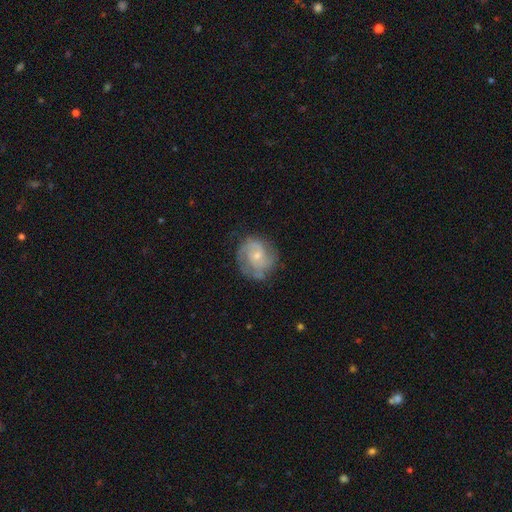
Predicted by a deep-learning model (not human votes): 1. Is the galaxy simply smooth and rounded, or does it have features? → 74% featured or disk, 19% smooth, 7% star or artifact.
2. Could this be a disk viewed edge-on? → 98% no, 2% yes.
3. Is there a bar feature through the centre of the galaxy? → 69% no, 27% weak, 4% strong.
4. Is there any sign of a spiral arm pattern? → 90% yes, 10% no.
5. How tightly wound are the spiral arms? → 47% tight, 40% medium, 13% loose.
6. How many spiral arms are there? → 54% 2, 22% can't tell, 14% 3, 4% 1, 3% 4, 3% more than 4.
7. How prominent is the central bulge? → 65% small, 30% moderate, 2% none, 1% large, 1% dominant.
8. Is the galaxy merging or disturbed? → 71% none, 20% minor disturbance, 8% major disturbance, 2% merger.